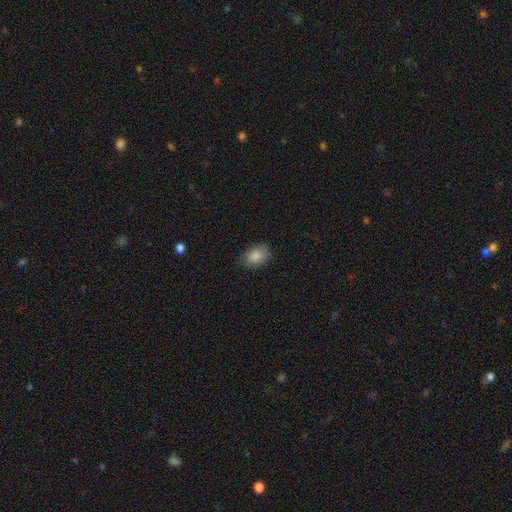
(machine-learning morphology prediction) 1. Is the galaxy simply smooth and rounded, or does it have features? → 86% smooth, 8% star or artifact, 6% featured or disk.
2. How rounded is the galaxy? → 80% in between, 19% round, 1% cigar-shaped.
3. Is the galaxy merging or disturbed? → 82% none, 14% minor disturbance, 3% major disturbance, 1% merger.